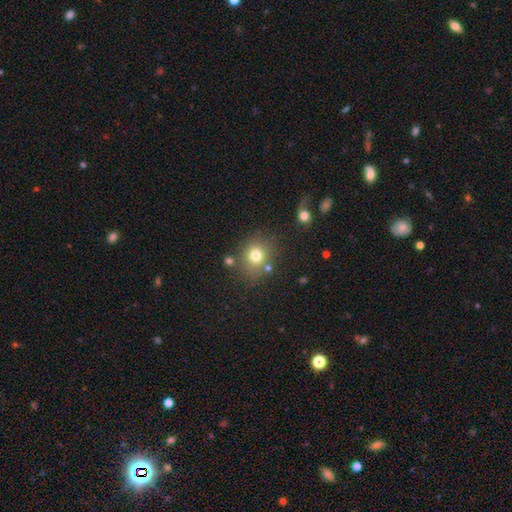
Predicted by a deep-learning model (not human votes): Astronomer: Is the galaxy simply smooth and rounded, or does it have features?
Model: smooth — 75%.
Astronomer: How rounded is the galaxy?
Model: round — 72%.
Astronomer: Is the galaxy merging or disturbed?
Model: none — 74%.